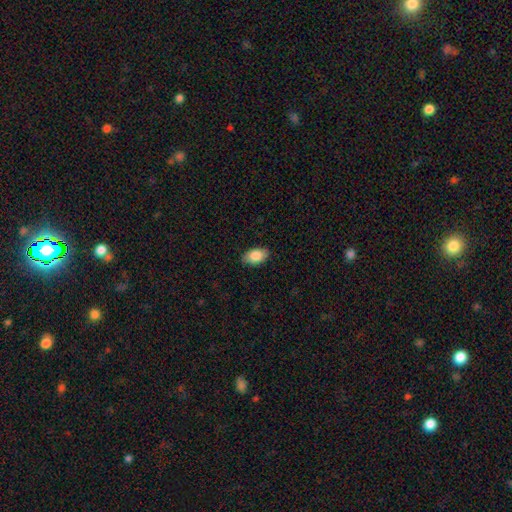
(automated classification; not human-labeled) smooth 85%, featured or disk 9%, star or artifact 7%. Down the decision tree: how rounded — in between (92%); merging — none (87%).